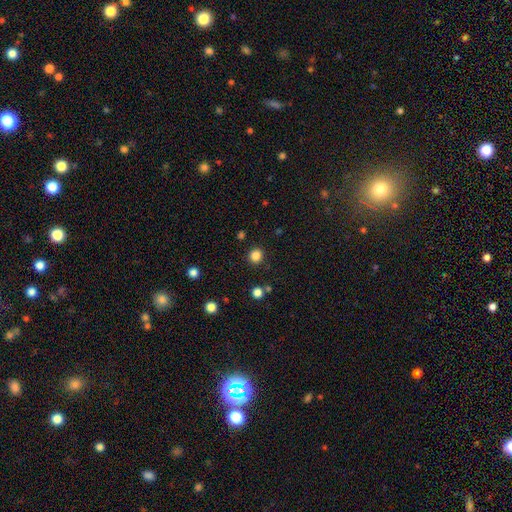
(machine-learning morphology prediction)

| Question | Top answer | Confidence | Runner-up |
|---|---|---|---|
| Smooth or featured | smooth | 84% | star or artifact (13%) |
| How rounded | round | 90% | in between (9%) |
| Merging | none | 90% | minor disturbance (6%) |